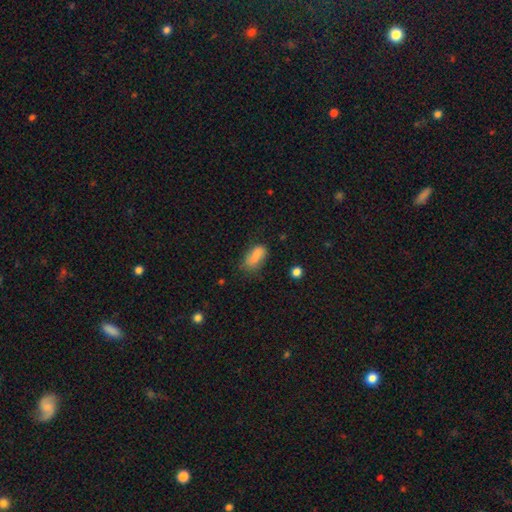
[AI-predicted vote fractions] smooth-or-featured: smooth: 80% | featured or disk: 11% | star or artifact: 9%
  how-rounded: in between: 83% | cigar-shaped: 13% | round: 4%
  merging: none: 56% | minor disturbance: 29% | major disturbance: 11% | merger: 4%